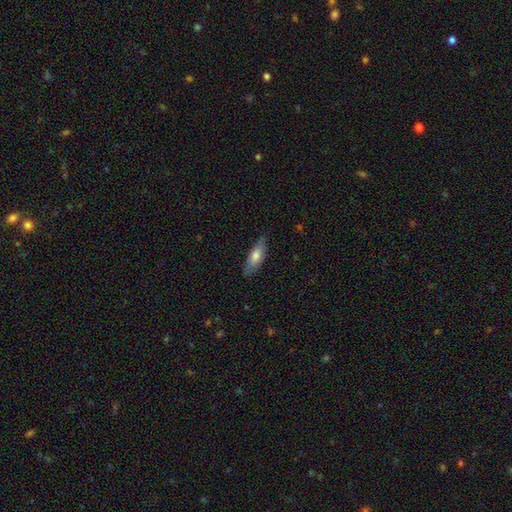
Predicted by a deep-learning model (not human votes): smooth 71%, featured or disk 23%, star or artifact 6%. Down the decision tree: how rounded — in between (61%); merging — none (77%).